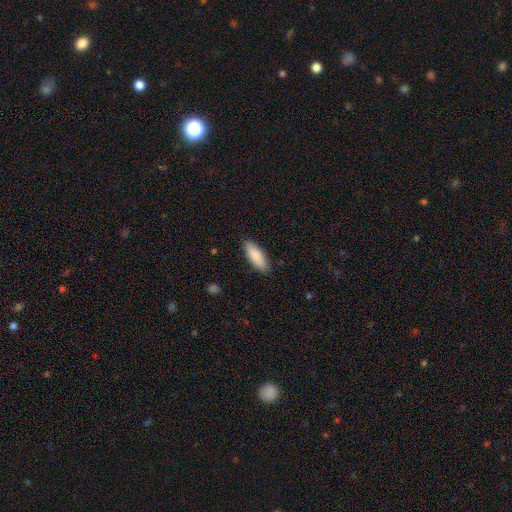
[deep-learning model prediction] A smooth galaxy with no disk features (87%) that is in between round and cigar-shaped (68%). Merging: none (87%).